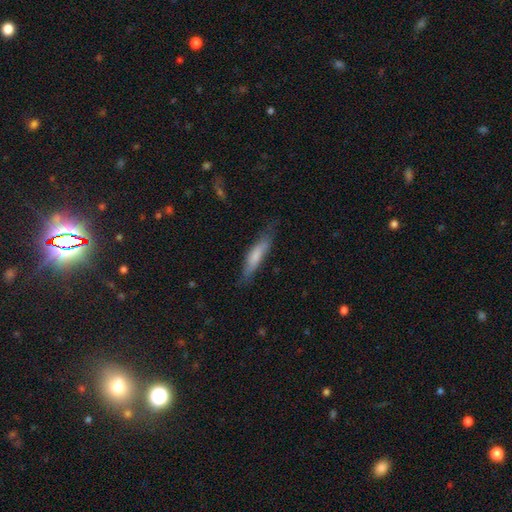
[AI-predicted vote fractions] smooth_or_featured: smooth (p=0.70) [alt: featured or disk p=0.24]
how_rounded: cigar-shaped (p=0.79) [alt: in between p=0.20]
merging: none (p=0.66) [alt: minor disturbance p=0.25]